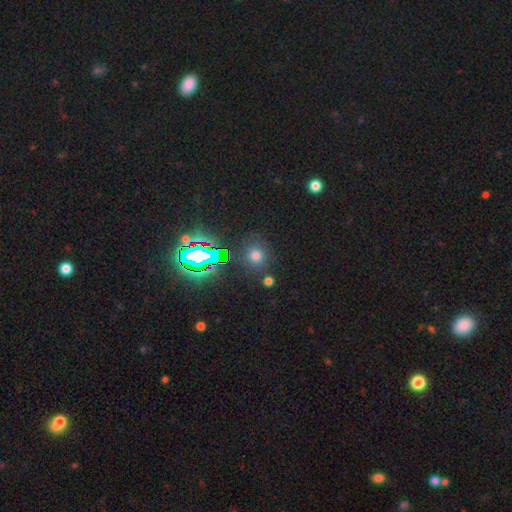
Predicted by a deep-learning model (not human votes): A smooth galaxy with no disk features (61%) that is round (87%). Merging: none (83%).